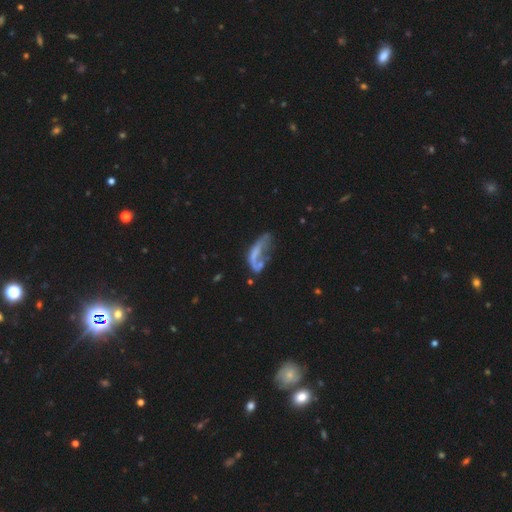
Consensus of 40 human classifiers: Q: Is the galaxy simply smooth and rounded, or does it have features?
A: featured or disk — 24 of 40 (60%).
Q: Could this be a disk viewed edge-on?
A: no — 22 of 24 (92%).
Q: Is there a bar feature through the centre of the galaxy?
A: no — 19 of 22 (86%).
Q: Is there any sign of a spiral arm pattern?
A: yes — 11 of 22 (50%, tied with no).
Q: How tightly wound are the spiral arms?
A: loose — 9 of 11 (82%).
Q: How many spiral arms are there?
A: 1 — 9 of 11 (82%).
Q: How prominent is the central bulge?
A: none — 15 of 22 (68%).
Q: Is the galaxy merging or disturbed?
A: major disturbance — 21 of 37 (57%).